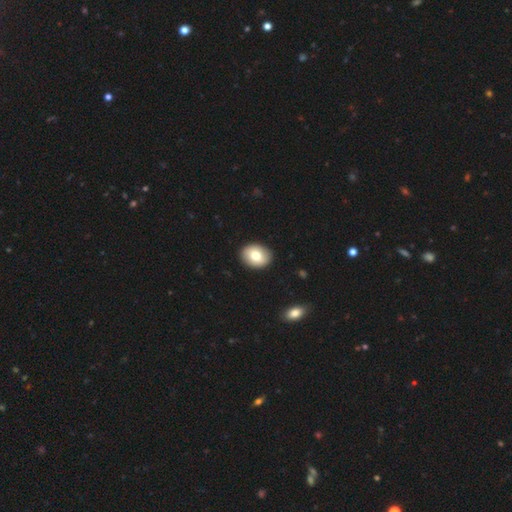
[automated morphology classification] smooth 76%, featured or disk 17%, star or artifact 7%. Down the decision tree: how rounded — in between (63%); merging — none (90%).